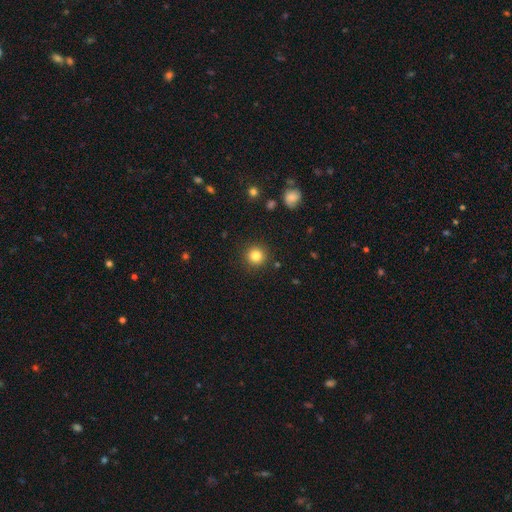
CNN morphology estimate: type=smooth (83%); roundness=round (94%); merging=none (90%).